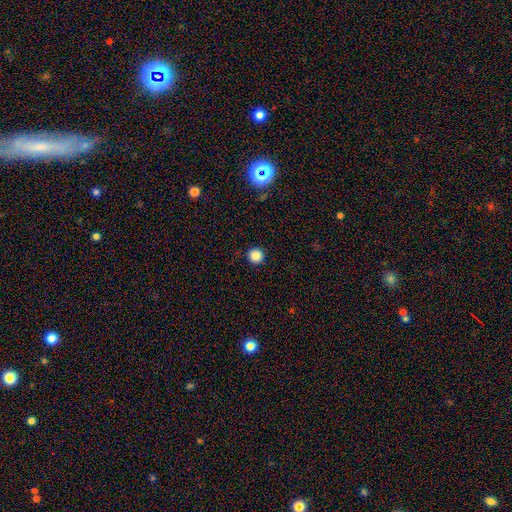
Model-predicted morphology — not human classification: A smooth galaxy with no disk features (85%) that is round (96%).

Vote fractions:
- Smooth or featured? smooth: 85% / star or artifact: 11% / featured or disk: 4%
- How rounded? round: 96% / in between: 3% / cigar-shaped: 1%
- Merging? none: 92% / minor disturbance: 5% / major disturbance: 2% / merger: 1%